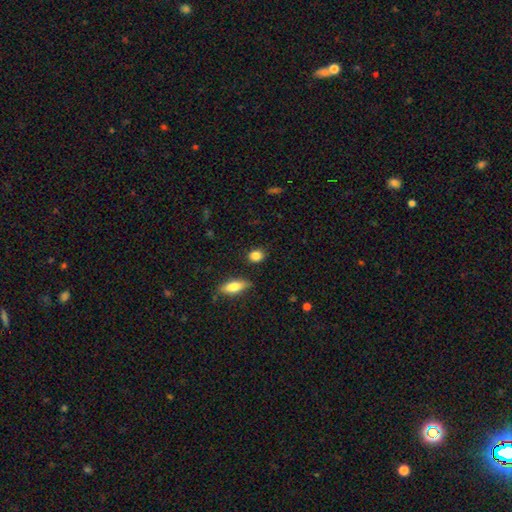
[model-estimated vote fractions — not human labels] The model was most divided on "how rounded": round: 63%, in between: 34%, cigar-shaped: 3%. More confident: smooth or featured — smooth (86%); merging — none (85%).